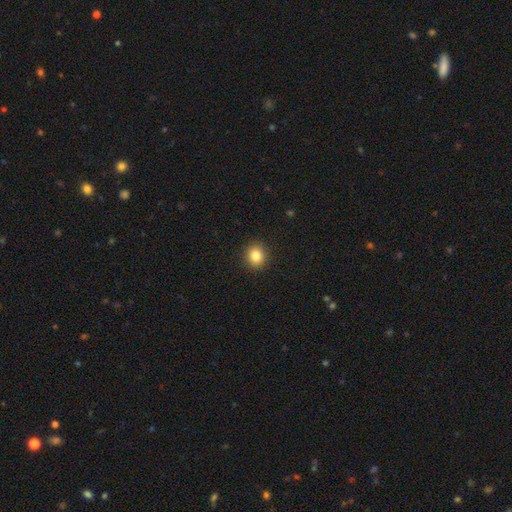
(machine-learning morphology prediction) This is clearly a smooth galaxy (83%). How rounded: clearly round (82%). Merging: clearly none (92%).